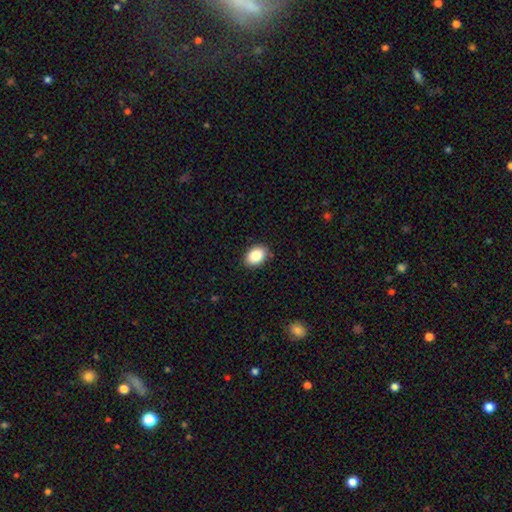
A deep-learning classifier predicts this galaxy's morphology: The model was most divided on "how rounded": in between: 80%, round: 19%, cigar-shaped: 1%. More confident: merging — none (88%); smooth or featured — smooth (87%).